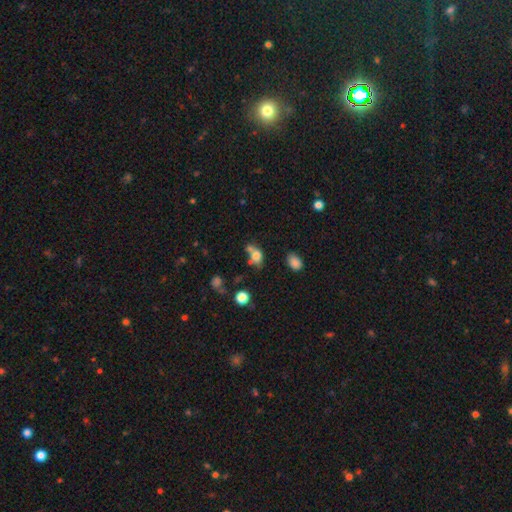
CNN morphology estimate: A smooth galaxy with no disk features (74%) that is in between round and cigar-shaped (65%). Merging: merger (41%).